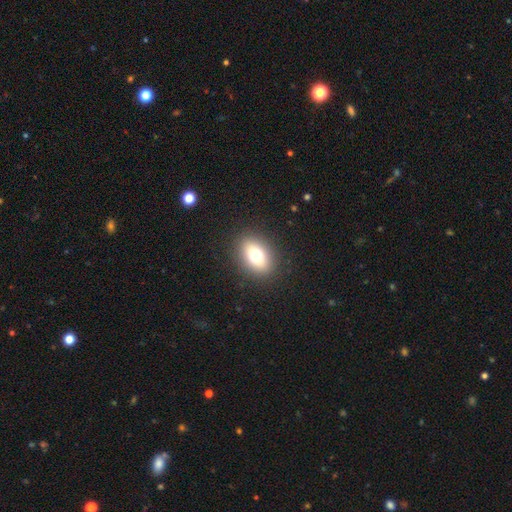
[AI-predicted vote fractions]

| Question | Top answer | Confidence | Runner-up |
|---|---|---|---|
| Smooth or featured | smooth | 71% | featured or disk (17%) |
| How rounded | in between | 71% | round (27%) |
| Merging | none | 88% | minor disturbance (8%) |